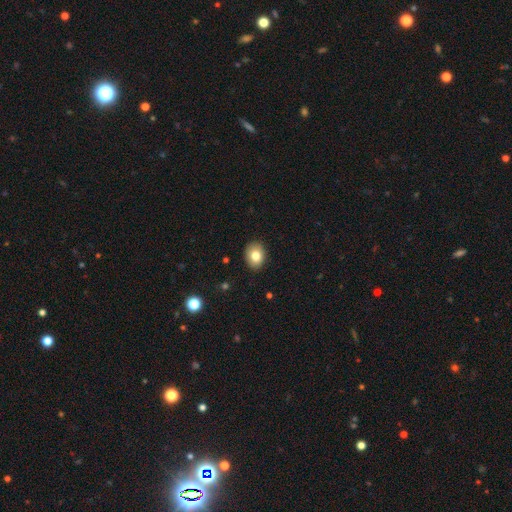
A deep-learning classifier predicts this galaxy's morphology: smooth 80%, featured or disk 11%, star or artifact 9%. Down the decision tree: how rounded — in between (59%); merging — none (89%).